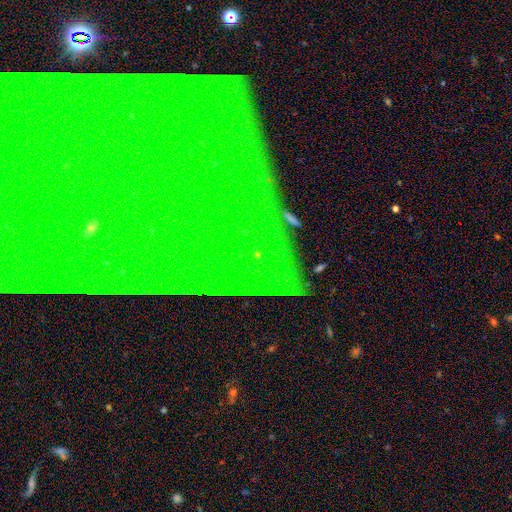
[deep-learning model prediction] The model was most divided on "smooth or featured": star or artifact: 83%, featured or disk: 9%, smooth: 8%.